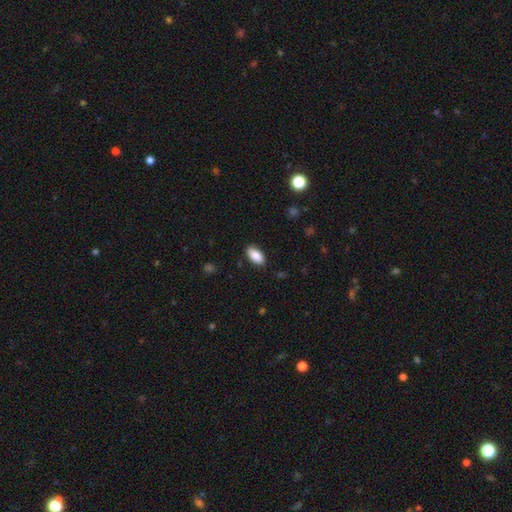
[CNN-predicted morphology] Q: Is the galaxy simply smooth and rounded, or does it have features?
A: smooth — 88%.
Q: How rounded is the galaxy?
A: in between — 93%.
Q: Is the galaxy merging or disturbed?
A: none — 88%.